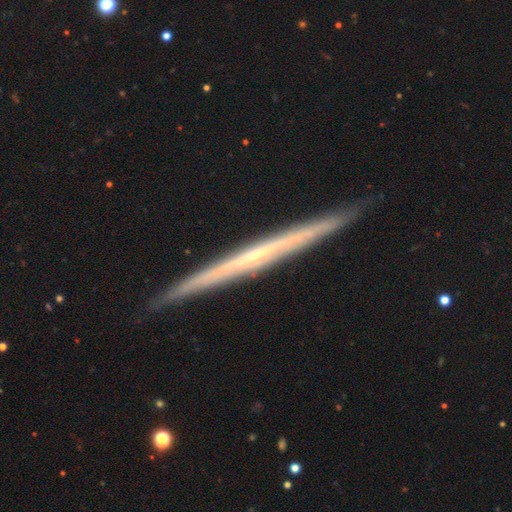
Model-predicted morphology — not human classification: featured or disk 75%, smooth 18%, star or artifact 6%. Down the decision tree: edge-on disk — yes (97%); edge-on bulge — none (83%); merging — none (91%).